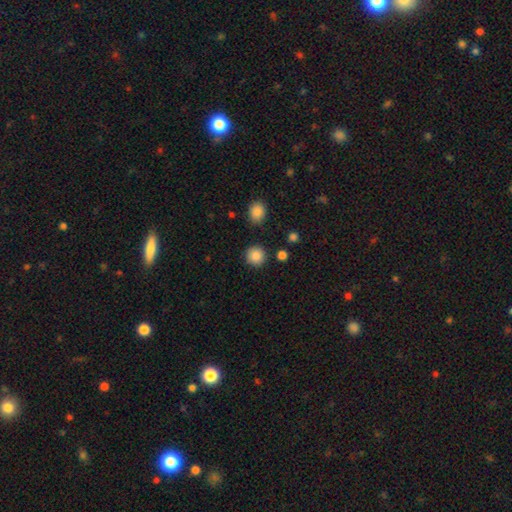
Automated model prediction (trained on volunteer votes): This is clearly a smooth galaxy (87%). How rounded: clearly round (93%). Merging: clearly none (87%).